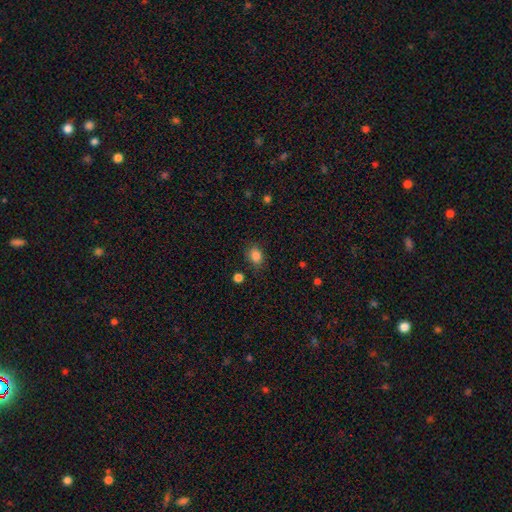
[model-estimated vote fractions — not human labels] Q: Smooth or featured?
A: smooth (85%); runner-up: star or artifact (11%)
Q: How rounded?
A: in between (59%); runner-up: round (40%)
Q: Merging?
A: none (80%); runner-up: minor disturbance (14%)